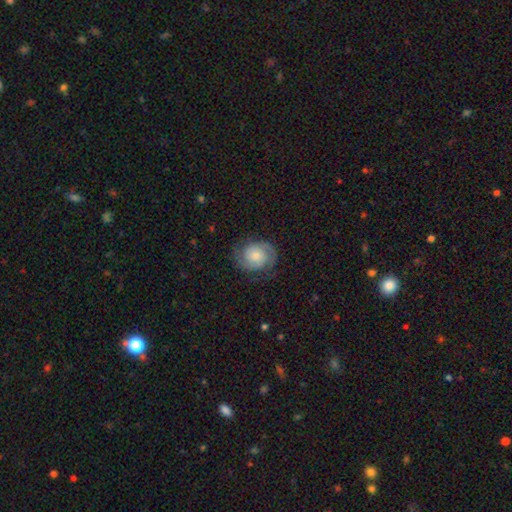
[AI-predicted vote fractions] Q: Smooth or featured?
A: featured or disk (75%); runner-up: smooth (19%)
Q: Edge-on disk?
A: no (98%); runner-up: yes (2%)
Q: Bar?
A: no (74%); runner-up: weak (22%)
Q: Spiral arms?
A: yes (95%); runner-up: no (5%)
Q: Spiral winding?
A: tight (47%); runner-up: medium (41%)
Q: Spiral arm count?
A: 2 (88%); runner-up: can't tell (5%)
Q: Bulge size?
A: small (54%); runner-up: moderate (34%)
Q: Merging?
A: none (77%); runner-up: minor disturbance (15%)